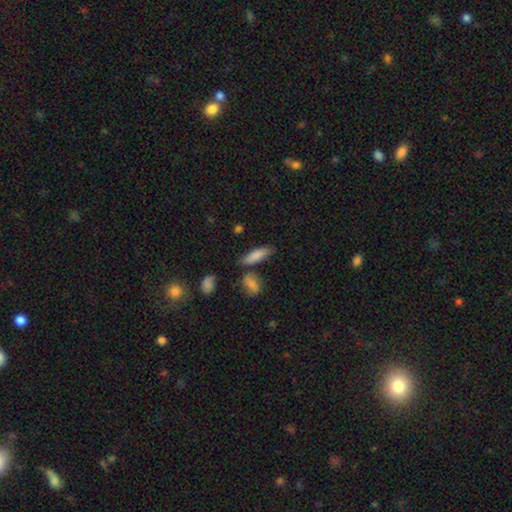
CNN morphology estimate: Overall: smooth (82%). How rounded: in between (52%; cigar-shaped 45%). Merging: none (70%).